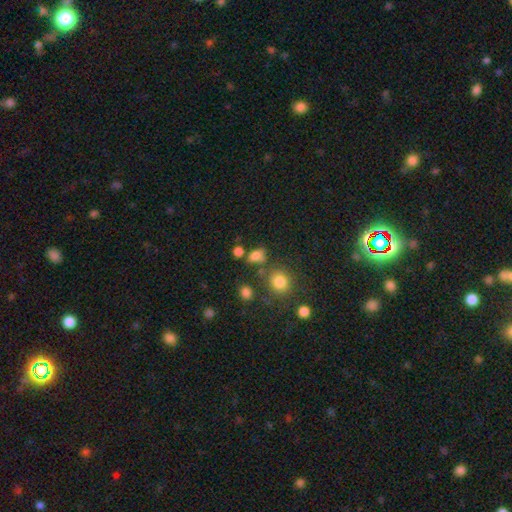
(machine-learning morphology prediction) A smooth galaxy with no disk features (76%) that is in between round and cigar-shaped (69%).

Vote fractions:
- Smooth or featured? smooth: 76% / star or artifact: 15% / featured or disk: 8%
- How rounded? in between: 69% / round: 28% / cigar-shaped: 3%
- Merging? none: 59% / minor disturbance: 17% / merger: 17% / major disturbance: 8%